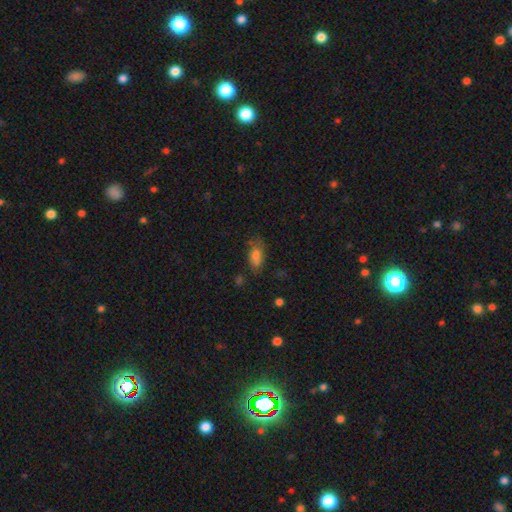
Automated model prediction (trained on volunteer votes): smooth 78%, star or artifact 11%, featured or disk 10%. Down the decision tree: how rounded — in between (85%); merging — none (63%).